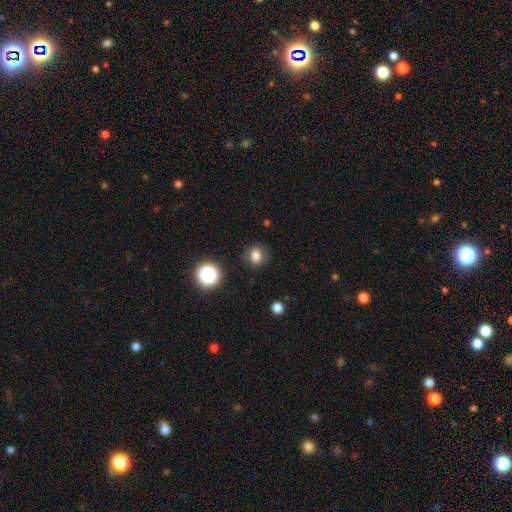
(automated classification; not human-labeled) A smooth galaxy with no disk features (79%) that is round (77%). Merging: none (82%).